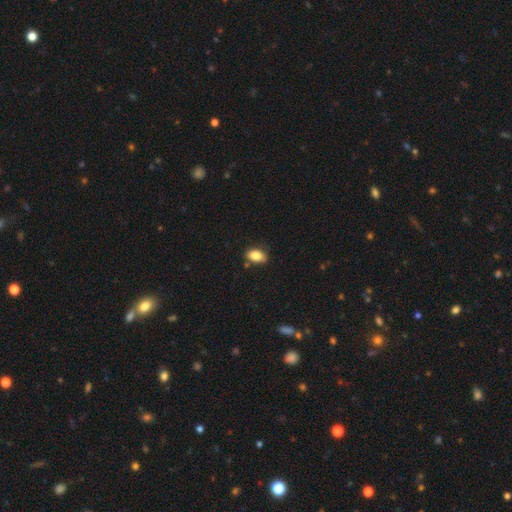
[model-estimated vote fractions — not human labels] The model was most divided on "merging": none: 75%, minor disturbance: 18%, merger: 4%, major disturbance: 3%. More confident: how rounded — in between (86%); smooth or featured — smooth (85%).